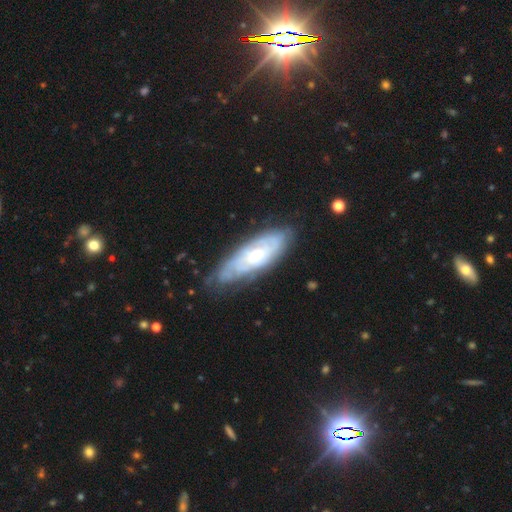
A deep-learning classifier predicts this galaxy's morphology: type=featured or disk (75%); edge-on=no (85%); bar=no (70%); spiral arms=yes (86%); winding=tight (73%); arm count=can't tell (61%); bulge=moderate (55%); merging=none (71%).